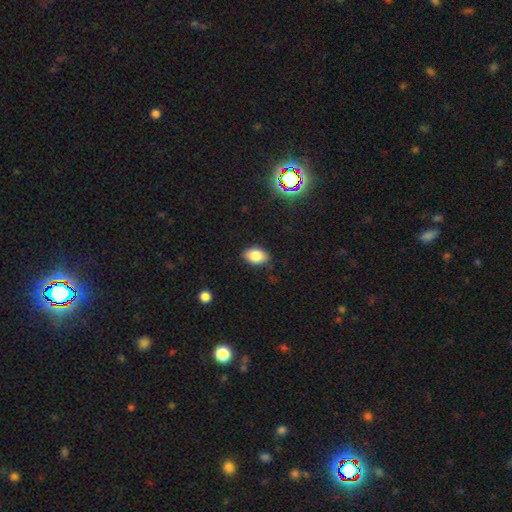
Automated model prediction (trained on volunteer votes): Q: Smooth or featured?
A: smooth (83%); runner-up: star or artifact (9%)
Q: How rounded?
A: in between (86%); runner-up: round (13%)
Q: Merging?
A: none (84%); runner-up: minor disturbance (12%)